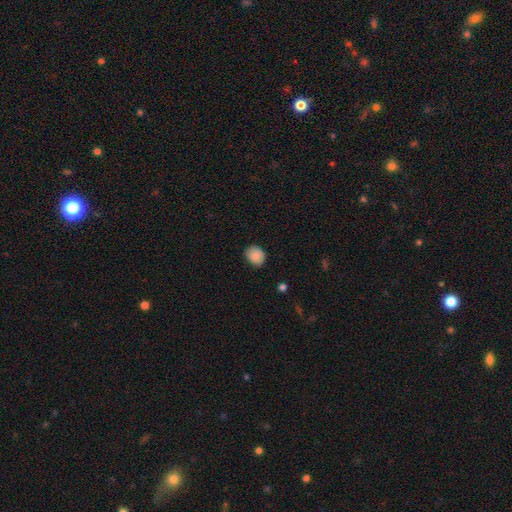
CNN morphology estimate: Overall: smooth (88%). How rounded: round (64%; in between 35%). Merging: none (83%).